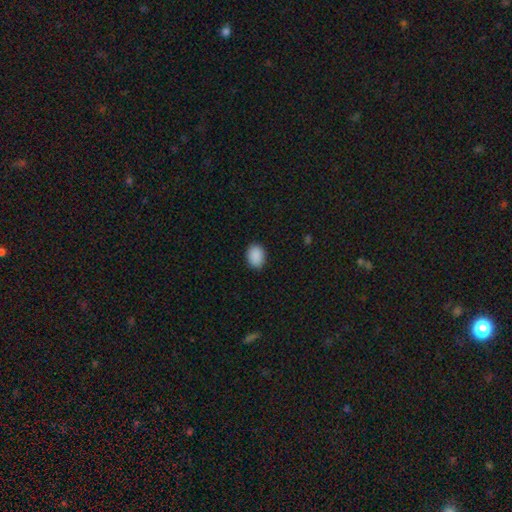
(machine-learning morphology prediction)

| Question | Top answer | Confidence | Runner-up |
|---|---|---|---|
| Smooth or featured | smooth | 90% | star or artifact (7%) |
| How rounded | in between | 68% | round (32%) |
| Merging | none | 89% | minor disturbance (8%) |